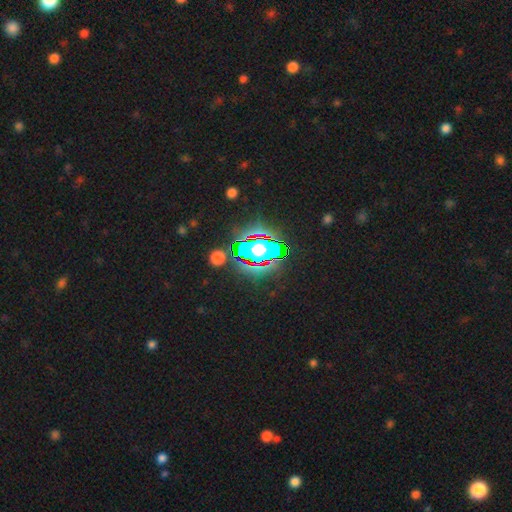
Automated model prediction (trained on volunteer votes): Smooth or featured?
  - star or artifact: 82% *
  - smooth: 10%
  - featured or disk: 7%